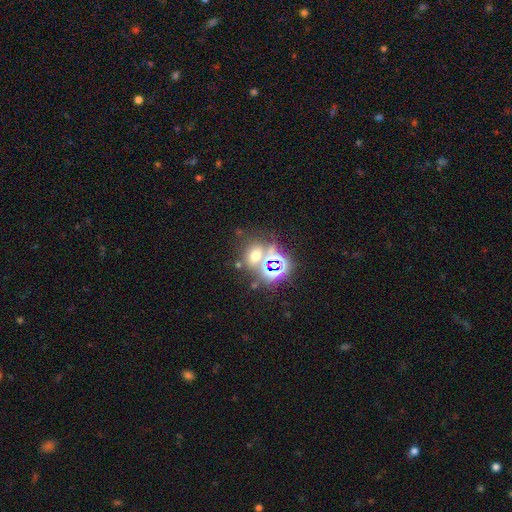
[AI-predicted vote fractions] A star or artifact, not a galaxy (48%).